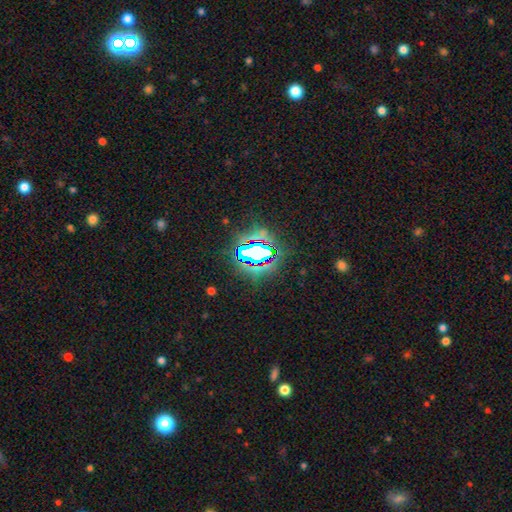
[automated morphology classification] star or artifact 72%, smooth 16%, featured or disk 11%.